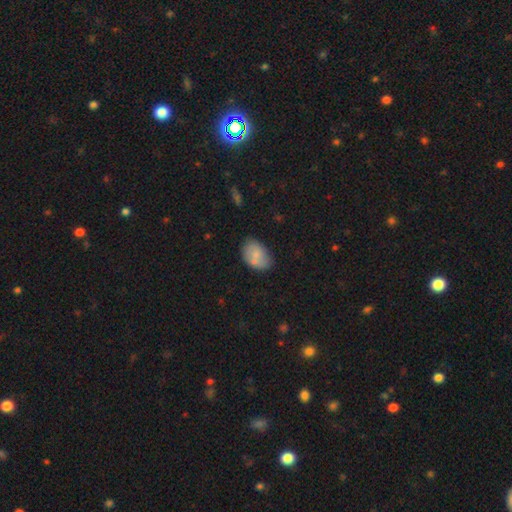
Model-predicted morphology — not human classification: Overall: smooth (73%). How rounded: in between (85%). Merging: none (58%; minor disturbance 23%).